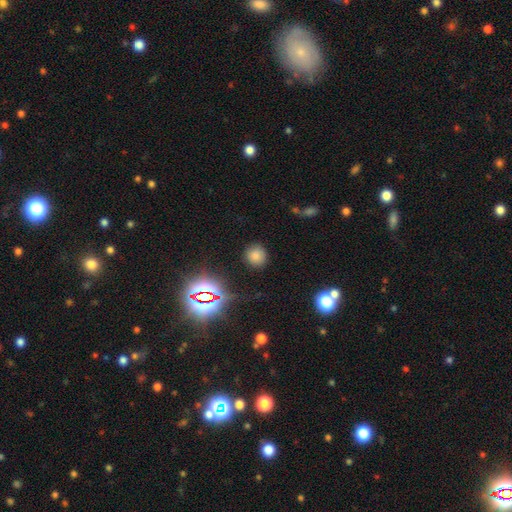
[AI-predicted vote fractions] A smooth galaxy with no disk features (75%) that is round (87%).

Vote fractions:
- Smooth or featured? smooth: 75% / star or artifact: 19% / featured or disk: 6%
- How rounded? round: 87% / in between: 12% / cigar-shaped: 1%
- Merging? none: 86% / minor disturbance: 9% / major disturbance: 3% / merger: 2%